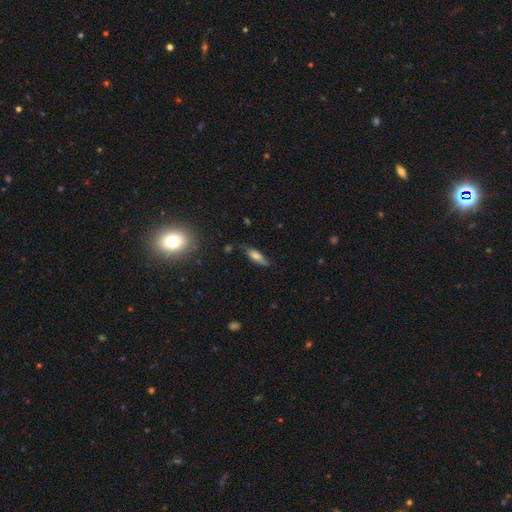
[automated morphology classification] A smooth galaxy with no disk features (60%) that is cigar-shaped (49%). Merging: none (68%).